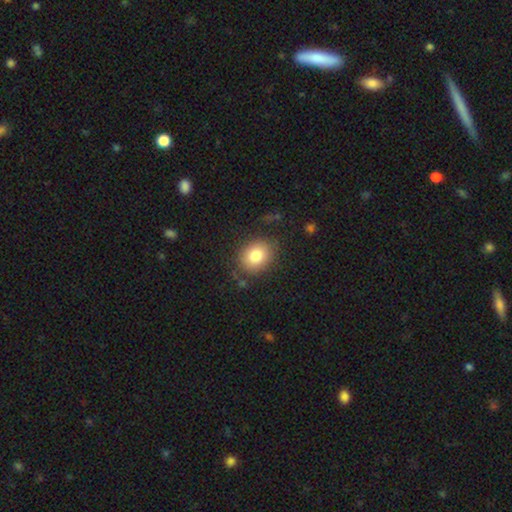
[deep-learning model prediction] smooth_or_featured: smooth (p=0.83) [alt: star or artifact p=0.09]
how_rounded: round (p=0.52) [alt: in between p=0.47]
merging: none (p=0.80) [alt: minor disturbance p=0.13]